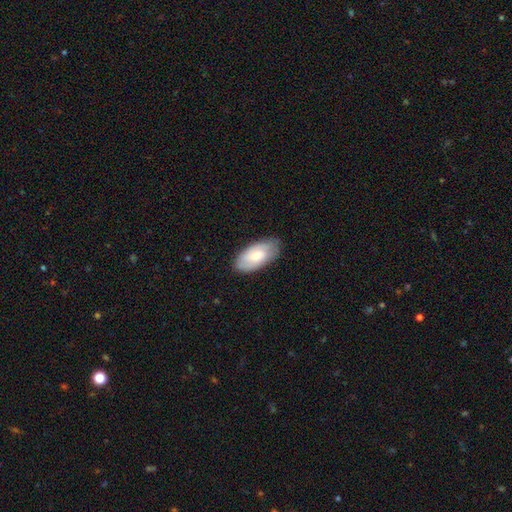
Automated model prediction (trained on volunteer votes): Q: Smooth or featured?
A: smooth (63%); runner-up: featured or disk (31%)
Q: How rounded?
A: in between (93%); runner-up: cigar-shaped (5%)
Q: Merging?
A: none (82%); runner-up: minor disturbance (15%)